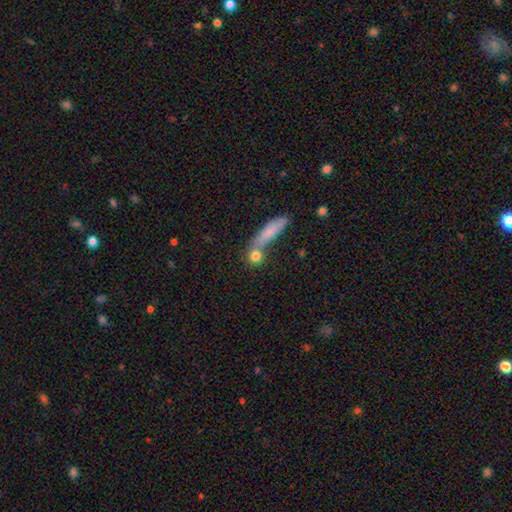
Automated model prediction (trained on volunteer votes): Smooth or featured? Predicted: smooth (p=0.78). How rounded? Predicted: round (p=0.72). Merging? Predicted: none (p=0.59).